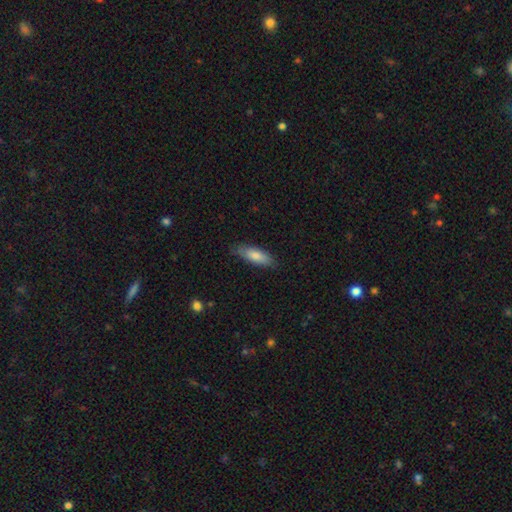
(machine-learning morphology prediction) smooth-or-featured: smooth: 82% | featured or disk: 13% | star or artifact: 6%
  how-rounded: in between: 55% | cigar-shaped: 44% | round: 2%
  merging: none: 82% | minor disturbance: 15% | major disturbance: 3% | merger: 1%